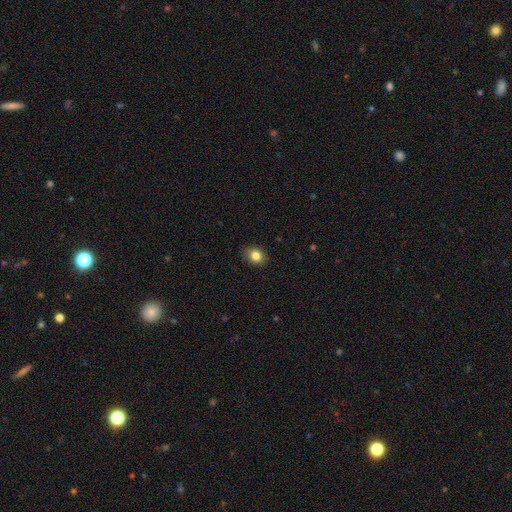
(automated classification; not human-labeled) smooth 83%, star or artifact 10%, featured or disk 7%. Down the decision tree: how rounded — in between (59%); merging — none (87%).